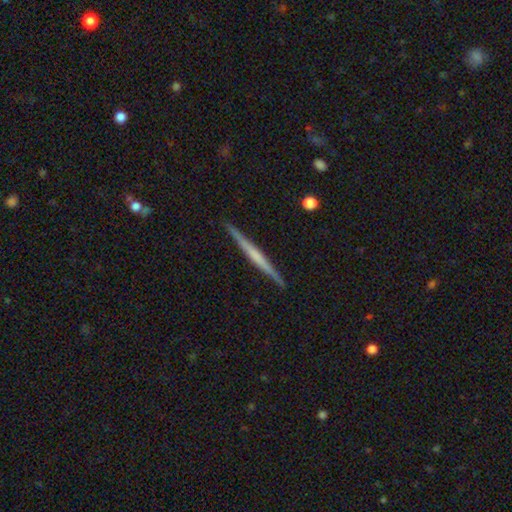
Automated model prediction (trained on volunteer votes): The model was most divided on "smooth or featured": featured or disk: 63%, smooth: 31%, star or artifact: 5%. More confident: edge-on disk — yes (98%); merging — none (91%); edge-on bulge — none (64%).